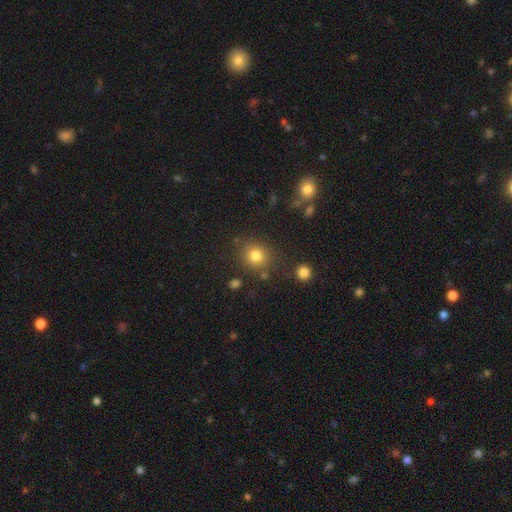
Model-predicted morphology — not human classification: smooth 79%, star or artifact 14%, featured or disk 7%. Down the decision tree: how rounded — round (82%); merging — none (81%).